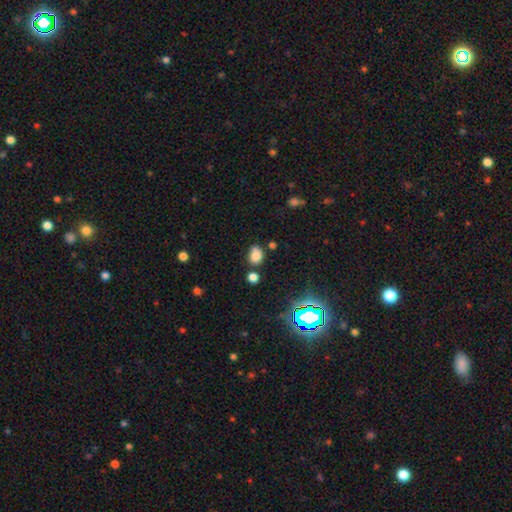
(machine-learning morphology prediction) This is likely a smooth galaxy (76%). How rounded: possibly in between (57%). Merging: possibly none (58%).